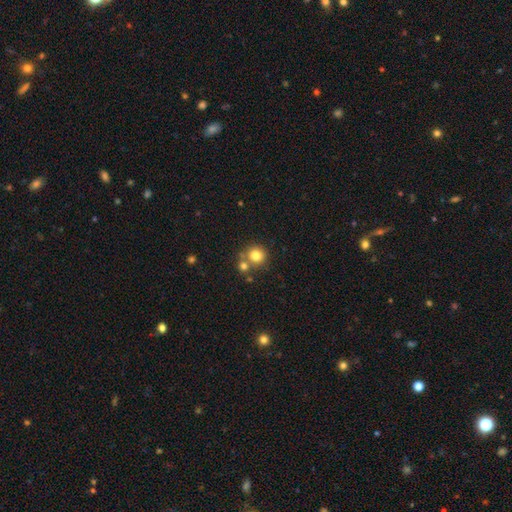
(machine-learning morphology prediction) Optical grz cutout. It shows a smooth galaxy with no disk features (79%) that is round (90%). Merging: none (63%).